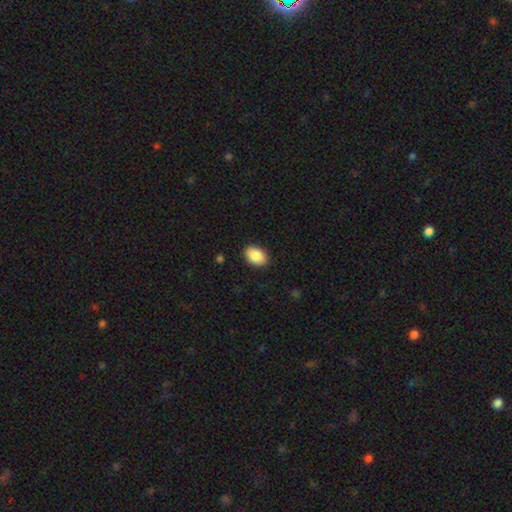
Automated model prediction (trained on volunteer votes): This is clearly a smooth galaxy (89%). How rounded: clearly in between (81%). Merging: clearly none (90%).